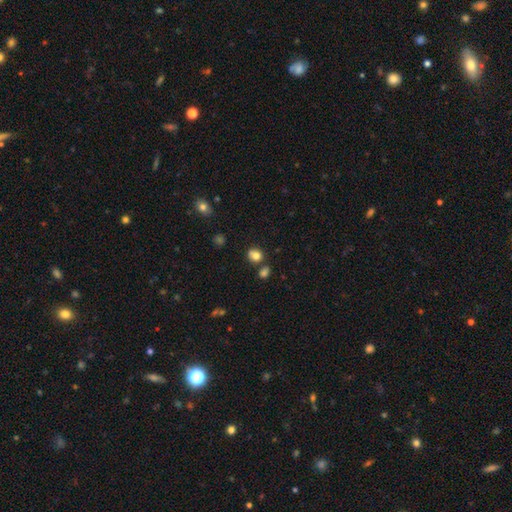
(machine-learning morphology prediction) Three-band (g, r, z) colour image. It shows a smooth galaxy with no disk features (79%) that is round (72%). Merging: none (66%).